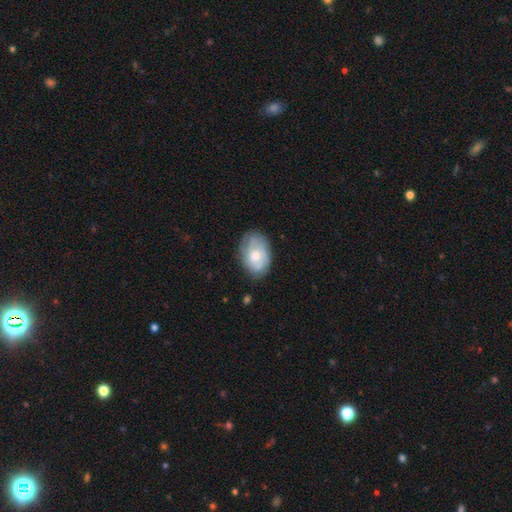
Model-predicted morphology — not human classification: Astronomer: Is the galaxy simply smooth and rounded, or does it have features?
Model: smooth — 54% (runner-up: featured or disk, 40%).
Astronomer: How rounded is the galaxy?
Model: in between — 80%.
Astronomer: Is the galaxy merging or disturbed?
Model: none — 69%.